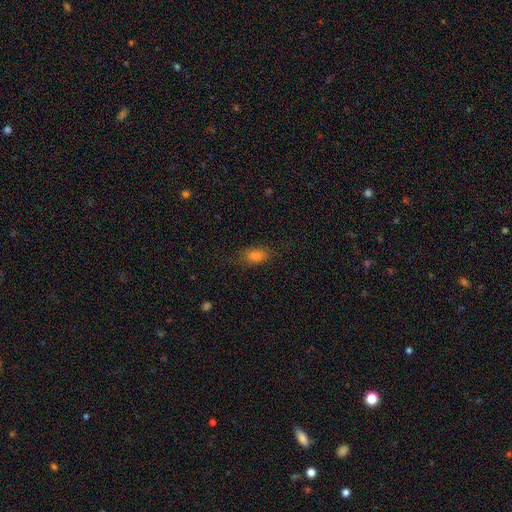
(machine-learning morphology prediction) Smooth or featured? smooth (78%)
How rounded? in between (83%)
Merging? none (75%)